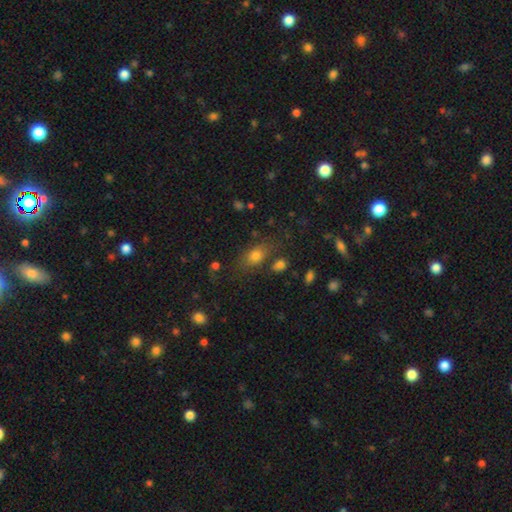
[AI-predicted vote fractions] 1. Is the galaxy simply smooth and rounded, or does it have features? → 74% smooth, 15% star or artifact, 11% featured or disk.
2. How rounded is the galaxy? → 73% in between, 22% round, 5% cigar-shaped.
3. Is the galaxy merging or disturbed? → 68% none, 16% minor disturbance, 9% merger, 7% major disturbance.